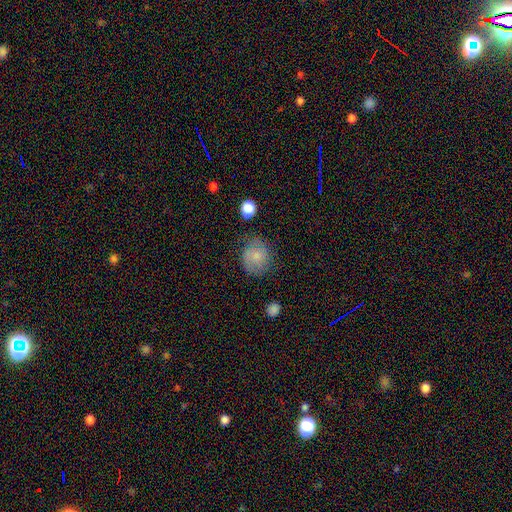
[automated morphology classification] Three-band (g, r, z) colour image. It shows a smooth galaxy with no disk features (60%) that is round (72%). Merging: none (67%).